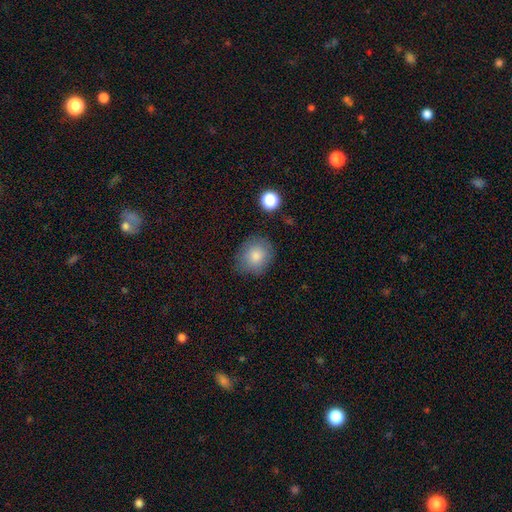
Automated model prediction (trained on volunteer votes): This is clearly a smooth galaxy (83%). How rounded: likely round (78%). Merging: likely none (76%).